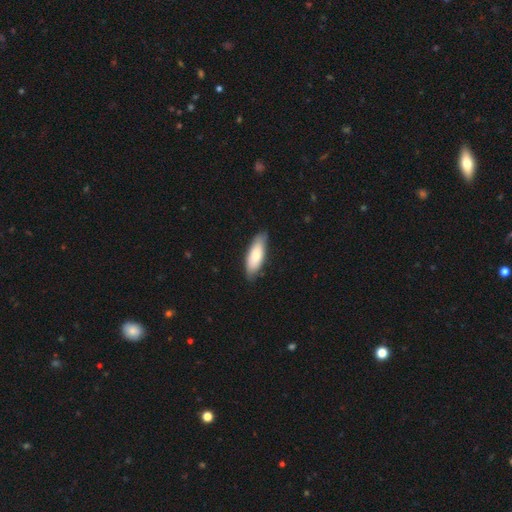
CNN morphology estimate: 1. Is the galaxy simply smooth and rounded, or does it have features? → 77% smooth, 18% featured or disk, 5% star or artifact.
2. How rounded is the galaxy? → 68% in between, 30% cigar-shaped, 2% round.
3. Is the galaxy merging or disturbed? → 79% none, 17% minor disturbance, 3% major disturbance, 1% merger.